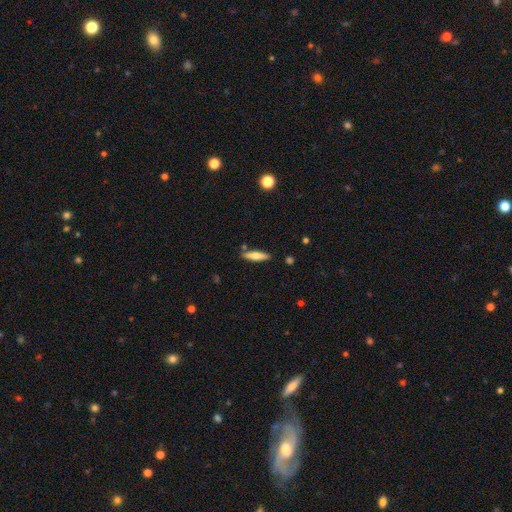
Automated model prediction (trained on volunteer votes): This appears to be a smooth galaxy with no disk features (63%) that is cigar-shaped (76%). Merging: none (84%).